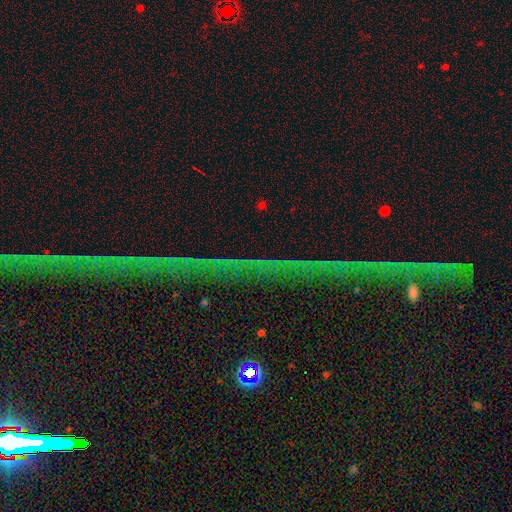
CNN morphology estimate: Smooth or featured?
  - star or artifact: 77% *
  - featured or disk: 13%
  - smooth: 10%